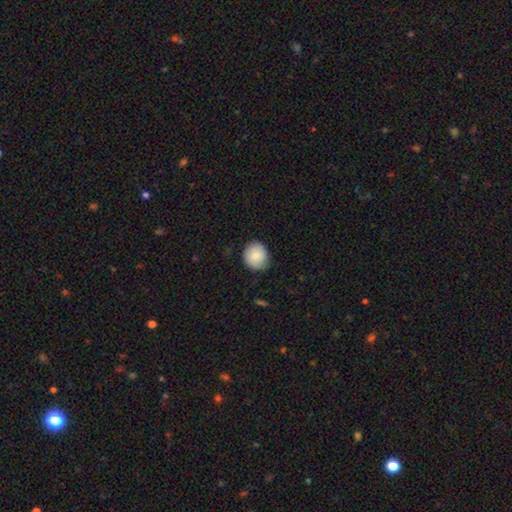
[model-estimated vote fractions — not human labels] A smooth galaxy with no disk features (84%) that is round (83%). Merging: none (82%).